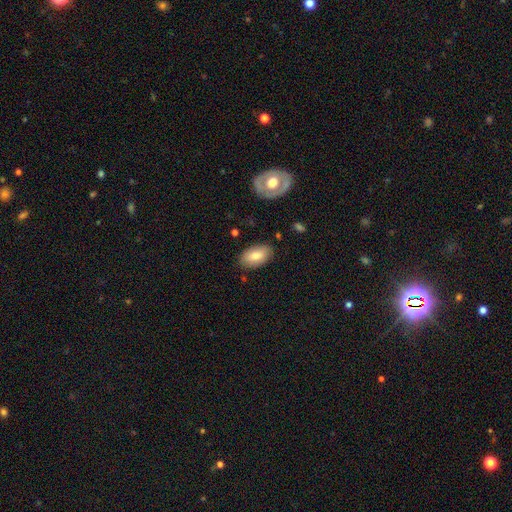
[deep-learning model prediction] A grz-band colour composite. It shows a smooth galaxy with no disk features (81%) that is in between round and cigar-shaped (94%). Merging: none (84%).